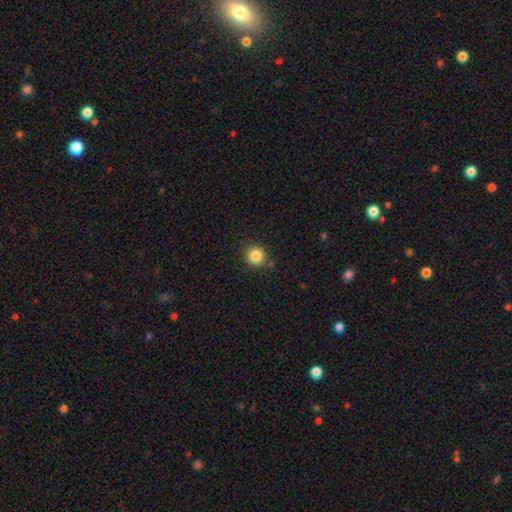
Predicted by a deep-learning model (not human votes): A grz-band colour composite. It shows a smooth galaxy with no disk features (85%) that is round (90%). Merging: none (85%).